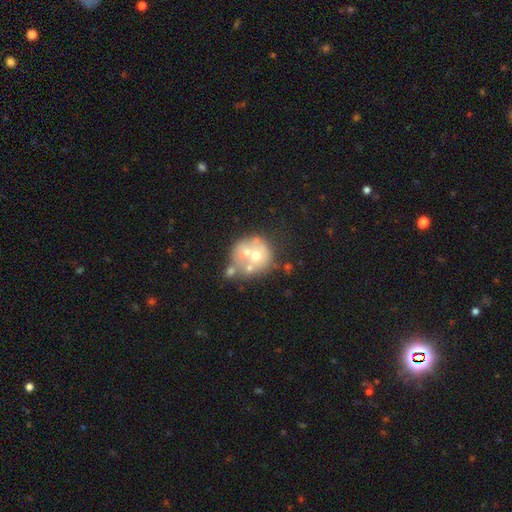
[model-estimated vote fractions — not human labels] Q: Smooth or featured?
A: smooth (45%); runner-up: featured or disk (44%)
Q: Merging?
A: merger (47%); runner-up: none (32%)